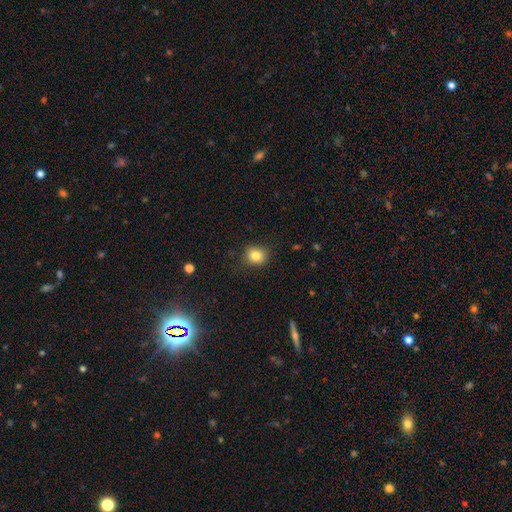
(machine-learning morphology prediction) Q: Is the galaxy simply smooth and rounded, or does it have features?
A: smooth — 82%.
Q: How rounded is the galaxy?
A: round — 73%.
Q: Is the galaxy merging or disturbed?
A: none — 84%.